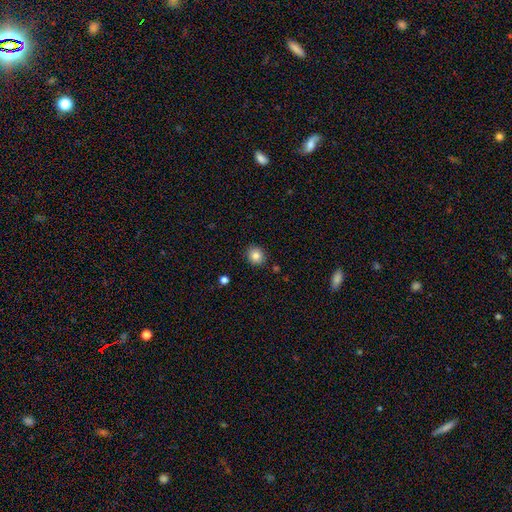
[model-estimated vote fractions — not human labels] This is clearly a smooth galaxy (82%). How rounded: clearly round (86%). Merging: clearly none (89%).